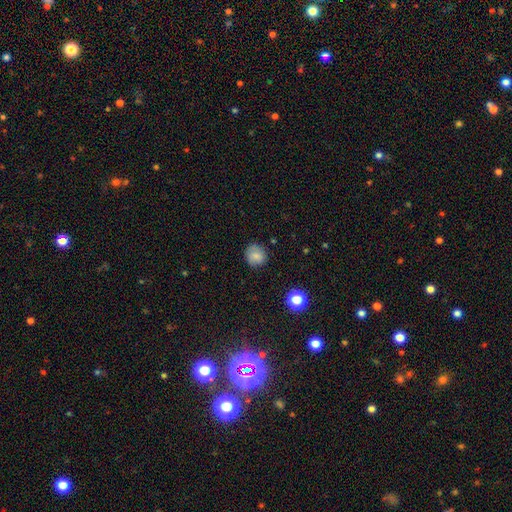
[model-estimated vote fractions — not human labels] Smooth or featured?
  - smooth: 77% *
  - featured or disk: 12%
  - star or artifact: 11%
How rounded?
  - round: 85% *
  - in between: 14%
  - cigar-shaped: 1%
Merging?
  - none: 78% *
  - minor disturbance: 17%
  - major disturbance: 4%
  - merger: 2%